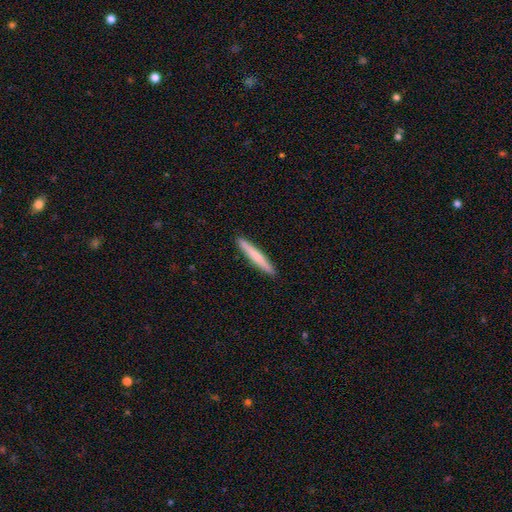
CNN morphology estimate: This is likely a smooth galaxy (70%). How rounded: clearly cigar-shaped (96%). Merging: clearly none (92%).